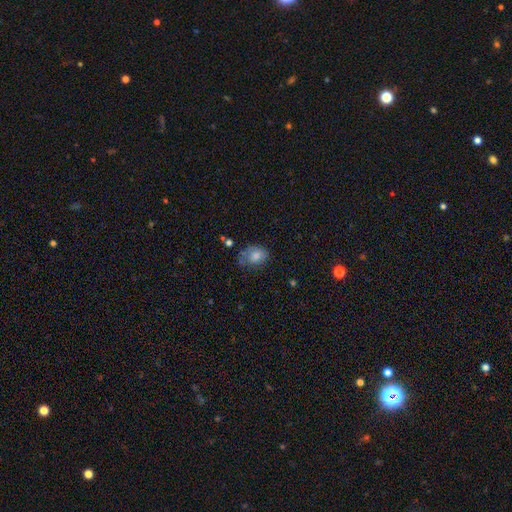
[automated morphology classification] This is likely a smooth galaxy (63%). How rounded: possibly in between (58%). Merging: possibly none (49%).